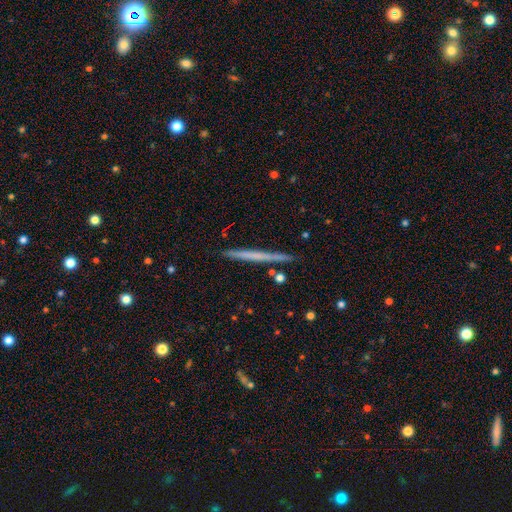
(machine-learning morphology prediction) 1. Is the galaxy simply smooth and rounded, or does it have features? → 50% featured or disk, 44% smooth, 6% star or artifact.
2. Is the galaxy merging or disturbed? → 91% none, 6% minor disturbance, 2% merger, 1% major disturbance.